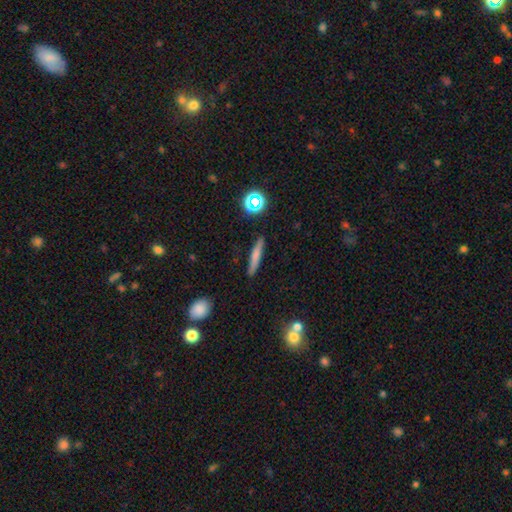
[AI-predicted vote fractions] This appears to be a smooth galaxy with no disk features (65%) that is cigar-shaped (89%). Merging: none (88%).